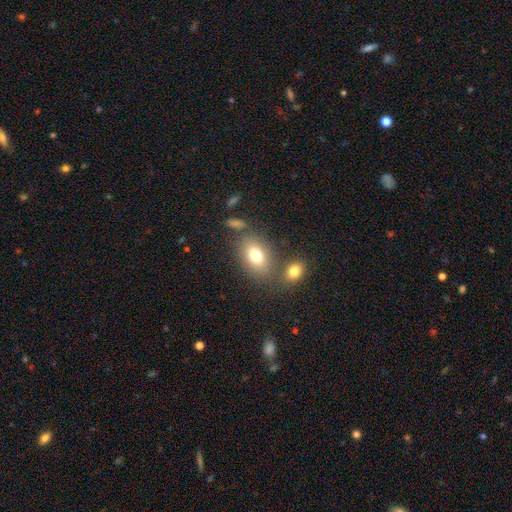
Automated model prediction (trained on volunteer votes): Smooth or featured? Predicted: smooth (p=0.76). How rounded? Predicted: in between (p=0.80). Merging? Predicted: none (p=0.66).